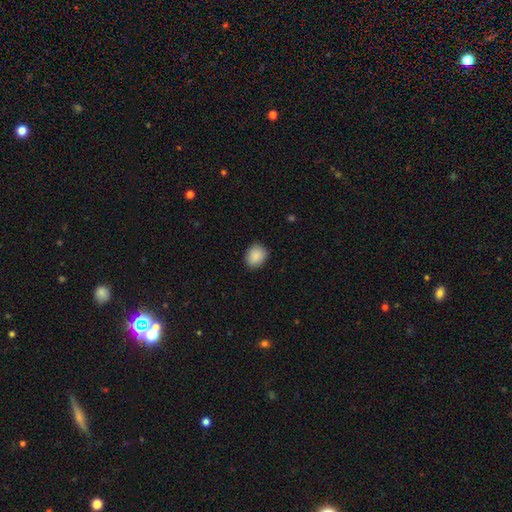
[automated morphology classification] This appears to be a smooth galaxy with no disk features (89%) that is round (52%). Merging: none (86%).